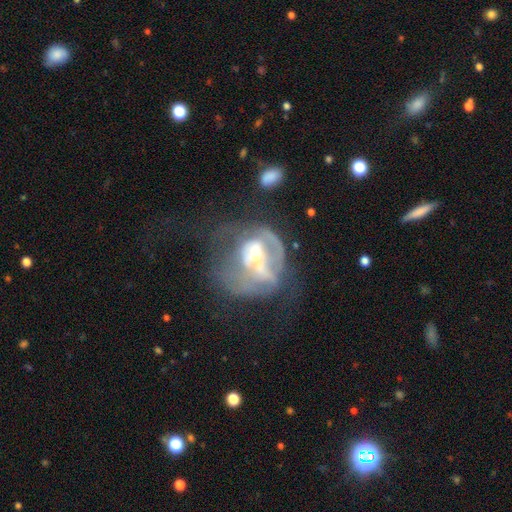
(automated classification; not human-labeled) smooth-or-featured: featured or disk: 70% | smooth: 21% | star or artifact: 10%
  disk-edge-on: no: 95% | yes: 5%
    bar: weak: 39% | no: 35% | strong: 26%
    has-spiral-arms: yes: 51% | no: 49%
    bulge-size: moderate: 51% | small: 30% | large: 11% | none: 6% | dominant: 2%
  merging: major disturbance: 51% | none: 23% | minor disturbance: 16% | merger: 10%